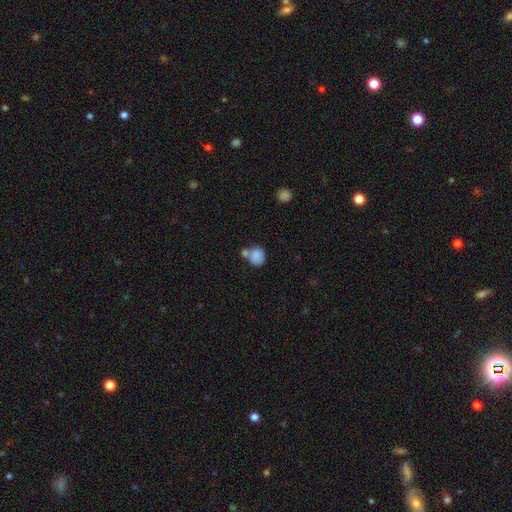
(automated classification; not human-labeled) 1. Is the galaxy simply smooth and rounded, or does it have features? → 83% smooth, 9% featured or disk, 8% star or artifact.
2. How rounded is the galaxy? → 76% round, 23% in between, 1% cigar-shaped.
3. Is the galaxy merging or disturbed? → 44% merger, 38% none, 12% minor disturbance, 5% major disturbance.